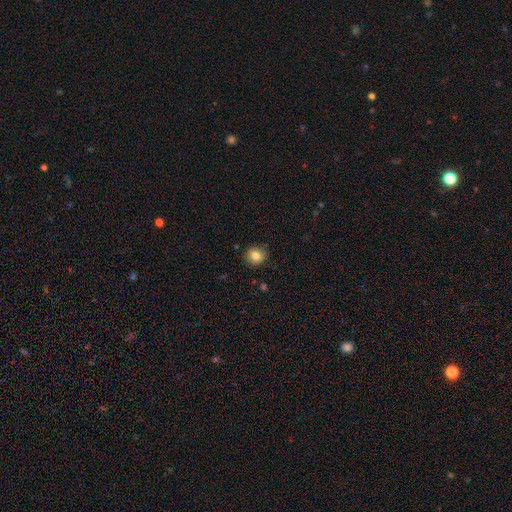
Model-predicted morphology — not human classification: Overall: smooth (83%). How rounded: round (86%). Merging: none (87%).